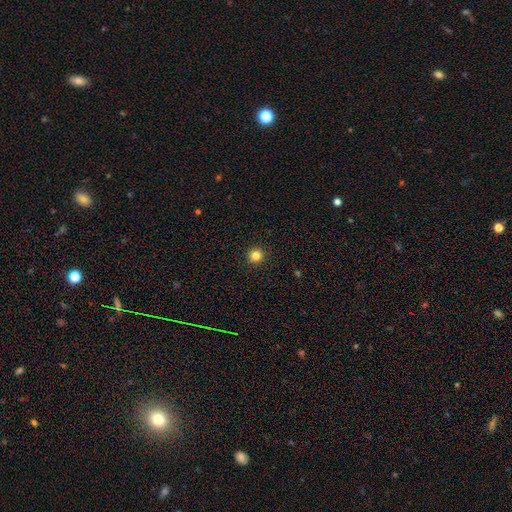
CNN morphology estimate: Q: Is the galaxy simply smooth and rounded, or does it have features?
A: smooth — 83%.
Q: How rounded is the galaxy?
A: round — 92%.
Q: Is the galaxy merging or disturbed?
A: none — 93%.